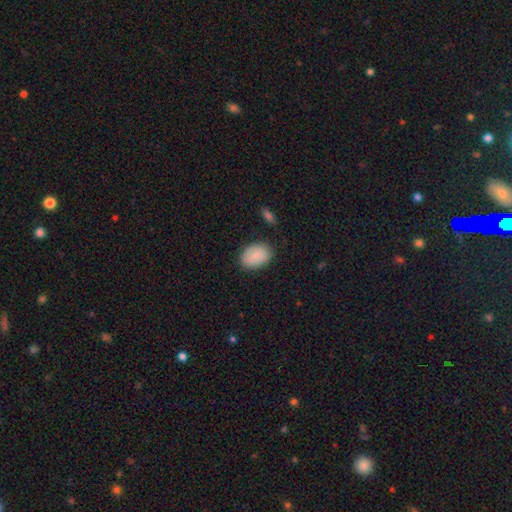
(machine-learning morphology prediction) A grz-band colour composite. It shows a smooth galaxy with no disk features (86%) that is in between round and cigar-shaped (84%). Merging: none (82%).